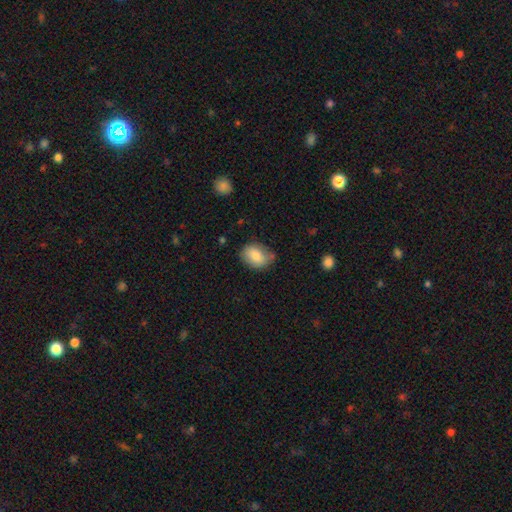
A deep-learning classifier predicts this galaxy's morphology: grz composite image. It shows a smooth galaxy with no disk features (81%) that is in between round and cigar-shaped (69%). Merging: none (68%).